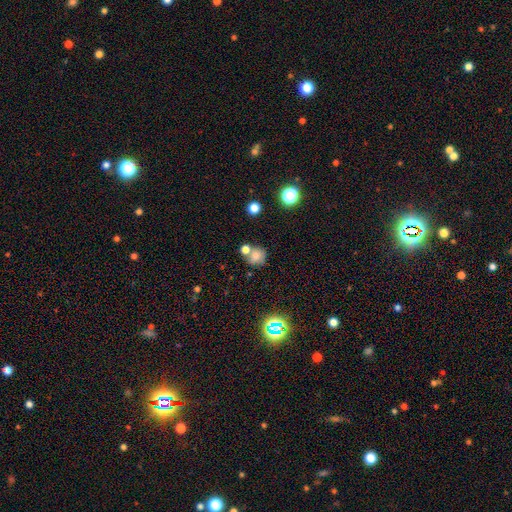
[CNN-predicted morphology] A smooth galaxy with no disk features (73%) that is round (82%).

Vote fractions:
- Smooth or featured? smooth: 73% / star or artifact: 16% / featured or disk: 11%
- How rounded? round: 82% / in between: 17% / cigar-shaped: 1%
- Merging? none: 54% / merger: 29% / minor disturbance: 13% / major disturbance: 5%